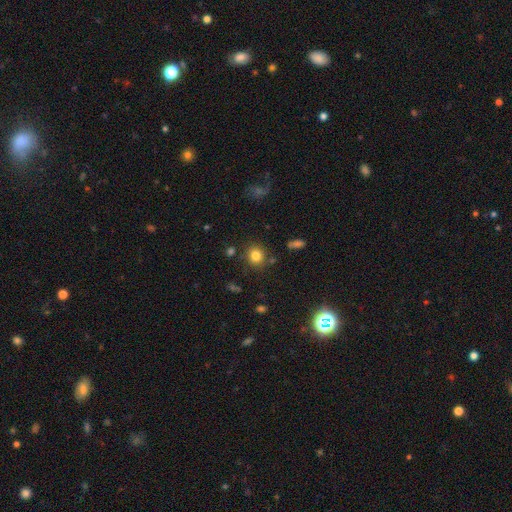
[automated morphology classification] The model was most divided on "how rounded": round: 84%, in between: 15%, cigar-shaped: 1%. More confident: merging — none (84%); smooth or featured — smooth (81%).